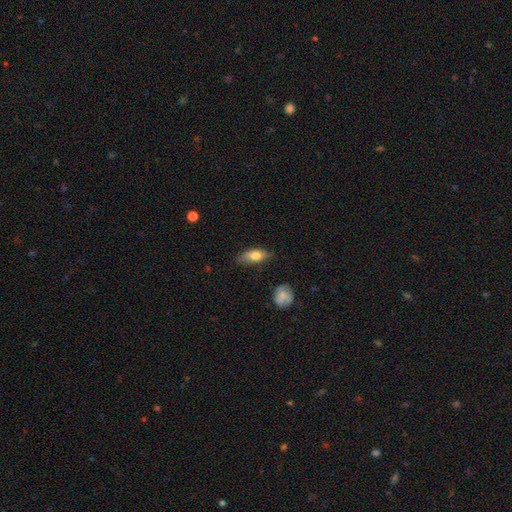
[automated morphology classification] Smooth or featured? smooth (73%)
How rounded? in between (78%)
Merging? none (75%)